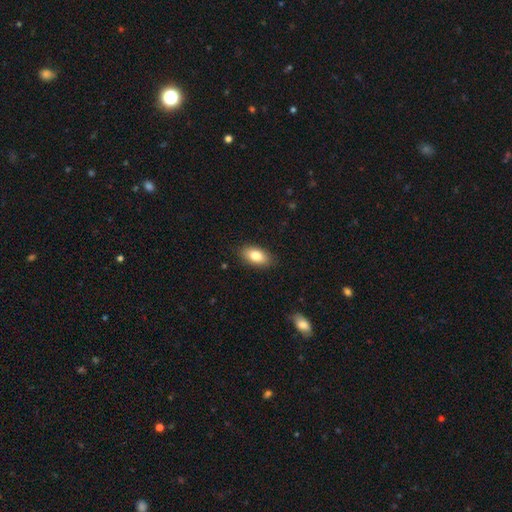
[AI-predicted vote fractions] The model was most divided on "smooth or featured": smooth: 84%, featured or disk: 9%, star or artifact: 7%. More confident: how rounded — in between (91%); merging — none (87%).